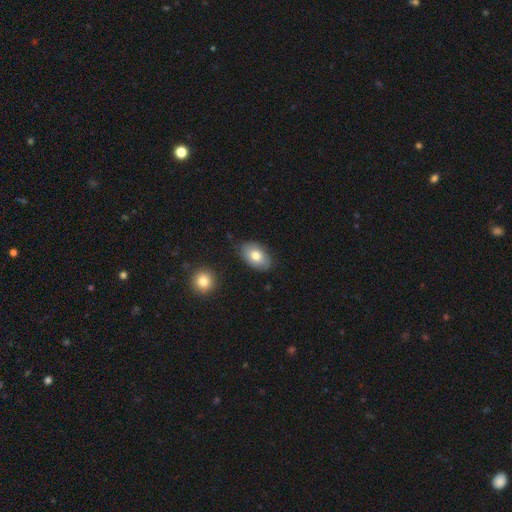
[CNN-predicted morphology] type=smooth (75%); roundness=in between (89%); merging=none (82%).